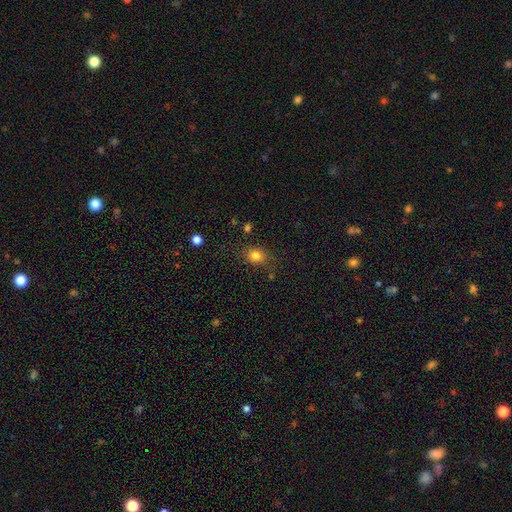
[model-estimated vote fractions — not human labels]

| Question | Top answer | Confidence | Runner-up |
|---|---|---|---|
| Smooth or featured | smooth | 81% | star or artifact (12%) |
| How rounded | round | 57% | in between (42%) |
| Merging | none | 76% | minor disturbance (16%) |